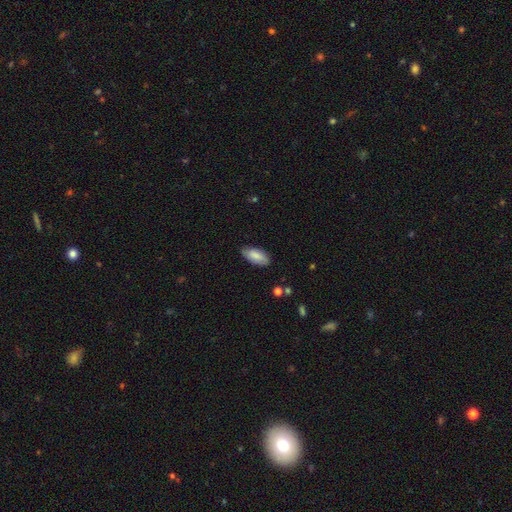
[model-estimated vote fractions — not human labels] Smooth or featured? Predicted: smooth (p=0.83). How rounded? Predicted: in between (p=0.90). Merging? Predicted: none (p=0.79).